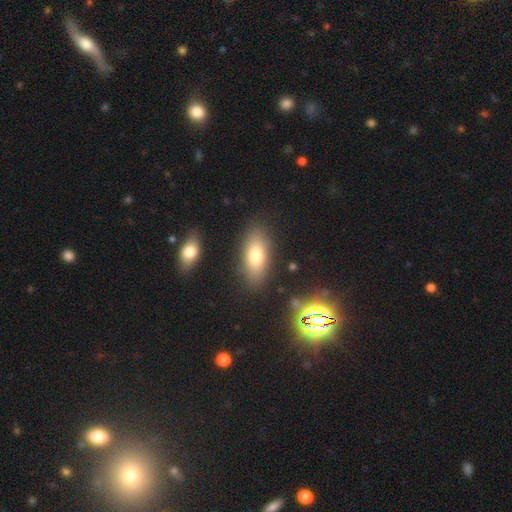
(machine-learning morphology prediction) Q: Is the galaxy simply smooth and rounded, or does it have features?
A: smooth — 74%.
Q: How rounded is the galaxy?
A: in between — 82%.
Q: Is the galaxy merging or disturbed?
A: none — 84%.